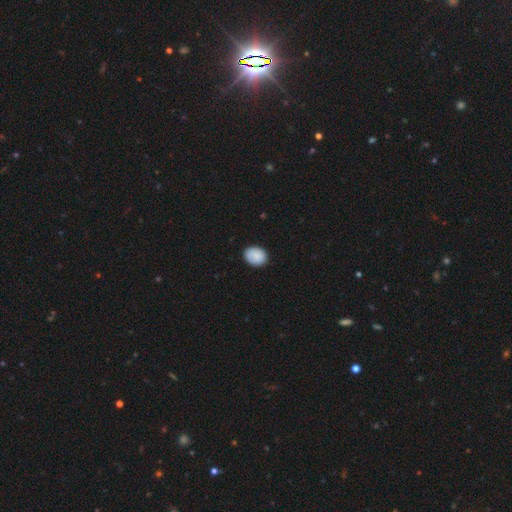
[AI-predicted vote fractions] Q: Smooth or featured?
A: smooth (87%); runner-up: star or artifact (7%)
Q: How rounded?
A: in between (51%); runner-up: round (48%)
Q: Merging?
A: none (84%); runner-up: minor disturbance (13%)